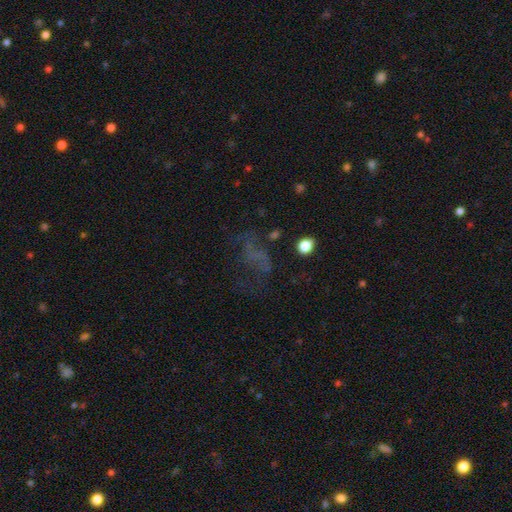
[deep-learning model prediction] A featured or disk galaxy (36%).

Vote fractions:
- Smooth or featured? featured or disk: 36% / star or artifact: 32% / smooth: 32%
- Merging? none: 41% / major disturbance: 36% / minor disturbance: 18% / merger: 5%